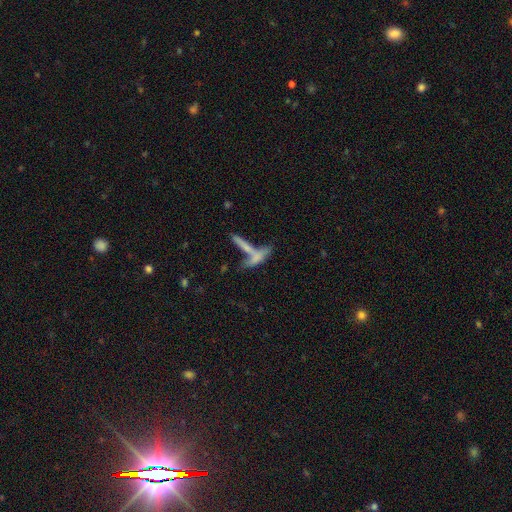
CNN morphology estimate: A smooth galaxy with no disk features (58%) that is cigar-shaped (75%).

Vote fractions:
- Smooth or featured? smooth: 58% / featured or disk: 31% / star or artifact: 11%
- How rounded? cigar-shaped: 75% / in between: 22% / round: 3%
- Merging? merger: 51% / none: 31% / minor disturbance: 10% / major disturbance: 9%